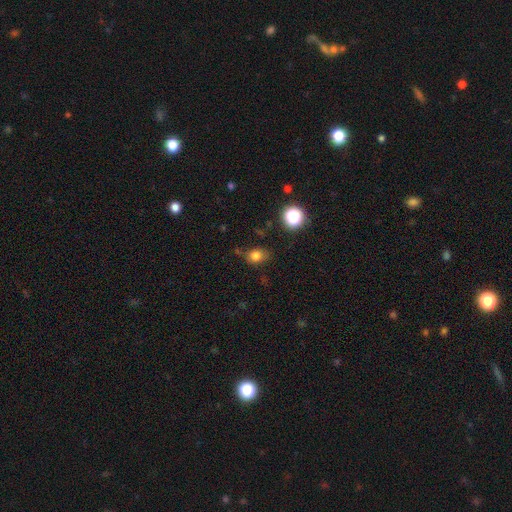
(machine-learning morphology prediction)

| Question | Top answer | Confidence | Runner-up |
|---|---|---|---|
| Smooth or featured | smooth | 78% | star or artifact (15%) |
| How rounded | in between | 52% | round (47%) |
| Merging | none | 68% | minor disturbance (22%) |